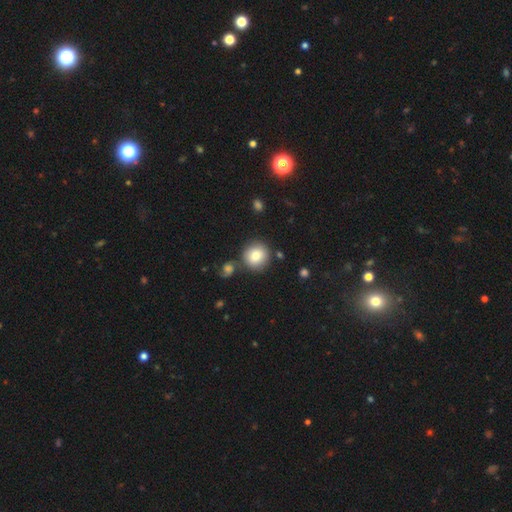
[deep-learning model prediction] Q: Smooth or featured?
A: smooth (80%); runner-up: featured or disk (11%)
Q: How rounded?
A: round (92%); runner-up: in between (7%)
Q: Merging?
A: none (77%); runner-up: merger (11%)